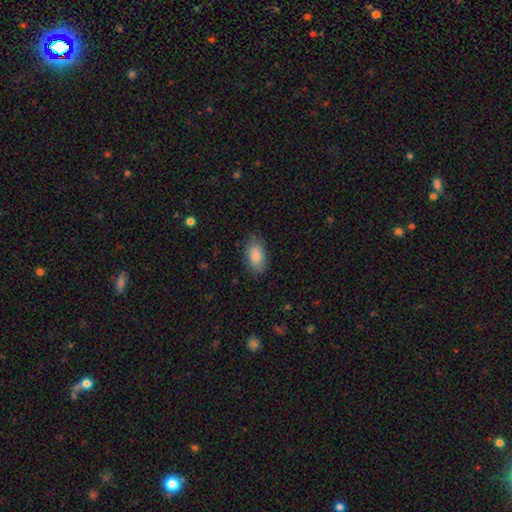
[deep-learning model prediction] The model was most divided on "merging": none: 83%, minor disturbance: 13%, major disturbance: 3%, merger: 1%. More confident: how rounded — in between (92%); smooth or featured — smooth (85%).